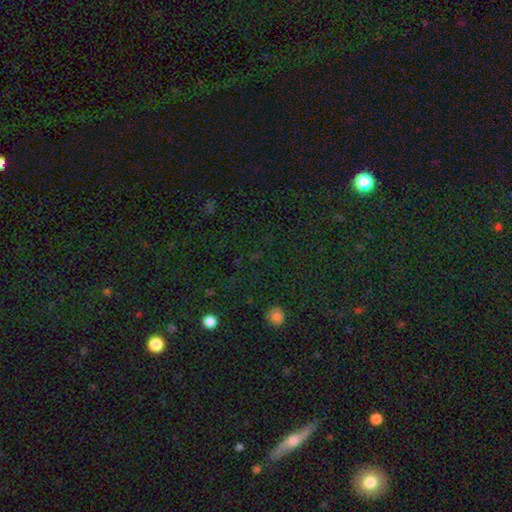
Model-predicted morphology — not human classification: Smooth or featured? star or artifact (70%)